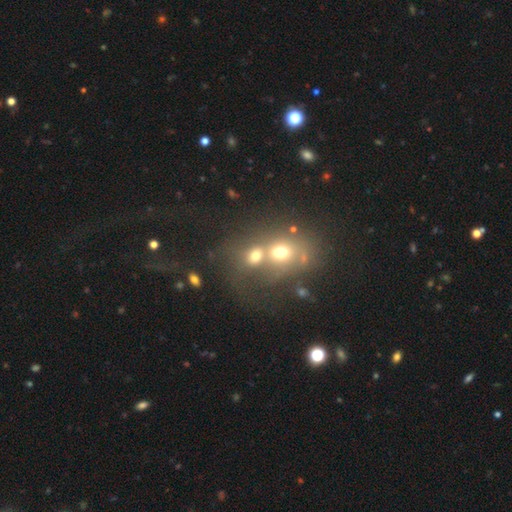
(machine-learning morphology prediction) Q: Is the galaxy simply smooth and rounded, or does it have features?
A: smooth — 64%.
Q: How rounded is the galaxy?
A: round — 60%.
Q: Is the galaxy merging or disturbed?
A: merger — 61%.